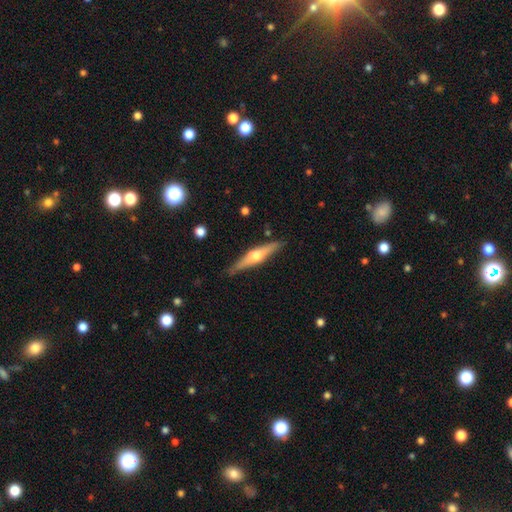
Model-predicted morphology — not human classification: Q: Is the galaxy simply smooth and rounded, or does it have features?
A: featured or disk — 64%.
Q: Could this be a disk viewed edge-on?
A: yes — 95%.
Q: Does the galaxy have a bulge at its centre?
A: rounded — 91%.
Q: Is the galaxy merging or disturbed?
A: none — 84%.